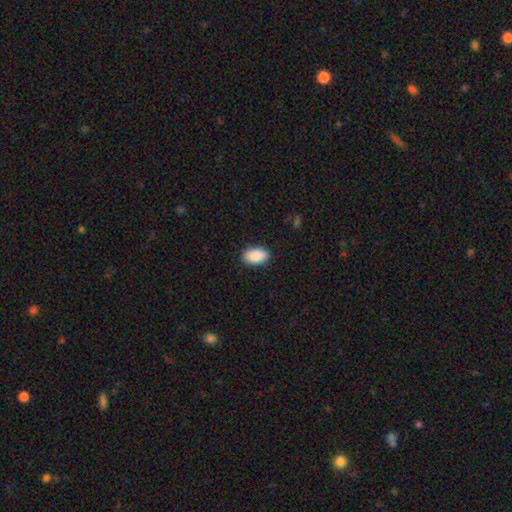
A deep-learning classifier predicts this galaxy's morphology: smooth 91%, star or artifact 6%, featured or disk 3%. Down the decision tree: how rounded — in between (94%); merging — none (87%).